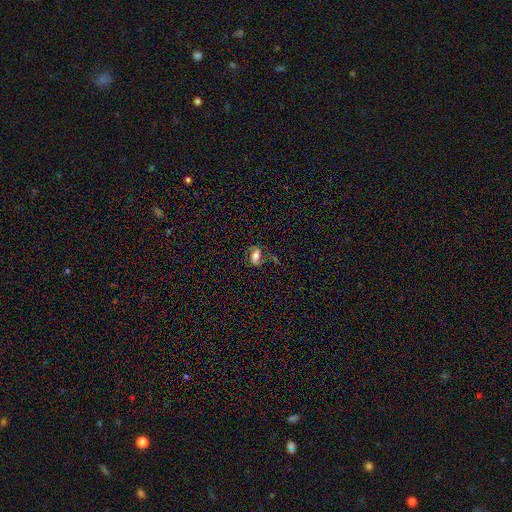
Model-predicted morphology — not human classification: Smooth or featured? smooth (51%)
How rounded? in between (84%)
Merging? none (59%)